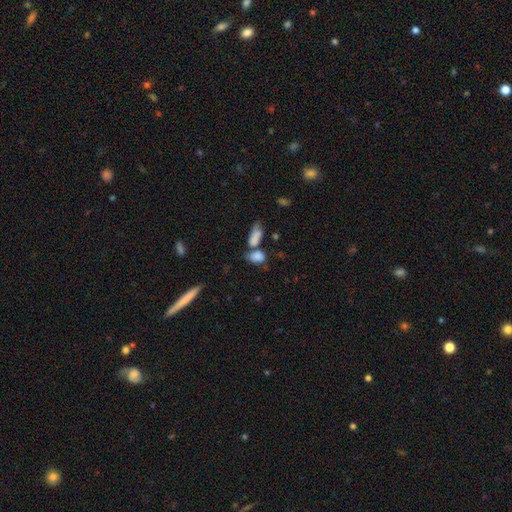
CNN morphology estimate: smooth 80%, featured or disk 10%, star or artifact 9%. Down the decision tree: how rounded — in between (82%); merging — merger (49%).